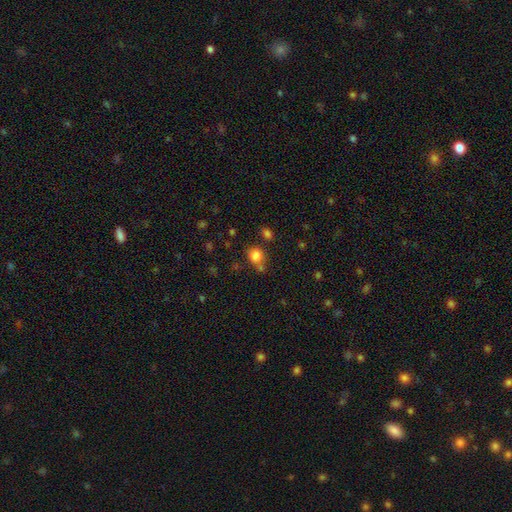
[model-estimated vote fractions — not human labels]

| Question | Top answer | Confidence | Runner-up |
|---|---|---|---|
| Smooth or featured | smooth | 79% | star or artifact (14%) |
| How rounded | round | 63% | in between (36%) |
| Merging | none | 56% | merger (21%) |